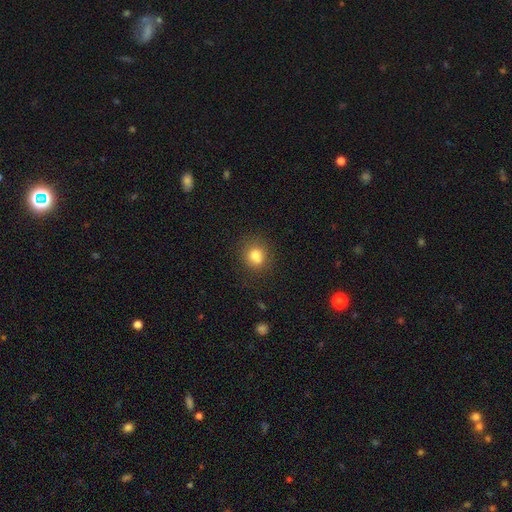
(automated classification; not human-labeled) The model was most divided on "how rounded": round: 77%, in between: 22%, cigar-shaped: 1%. More confident: smooth or featured — smooth (79%); merging — none (72%).